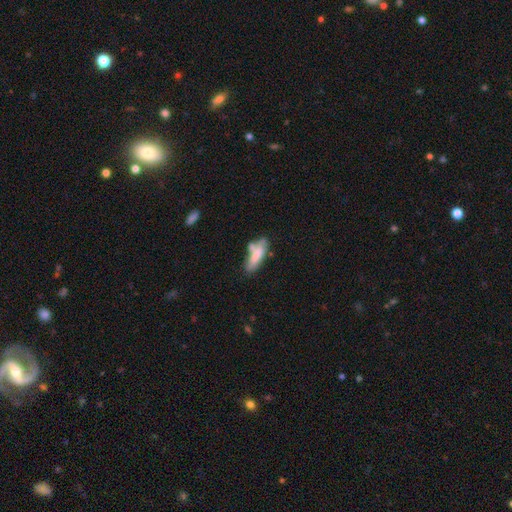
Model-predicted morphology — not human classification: Smooth or featured? Predicted: smooth (p=0.69). How rounded? Predicted: in between (p=0.60). Merging? Predicted: none (p=0.41).